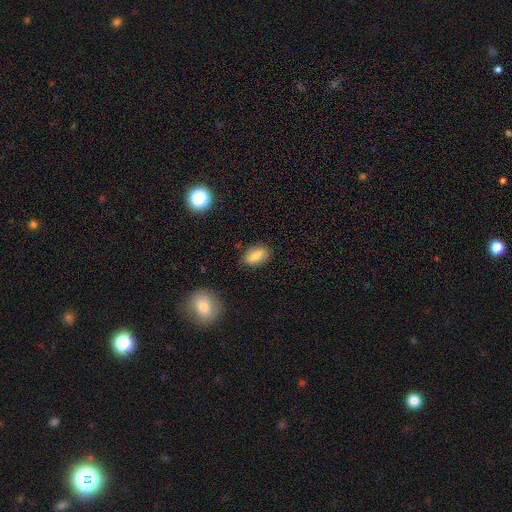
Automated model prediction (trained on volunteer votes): A smooth galaxy with no disk features (81%) that is in between round and cigar-shaped (90%). Merging: none (83%).